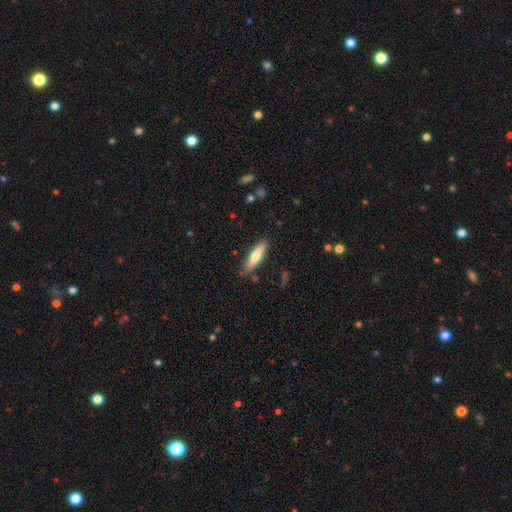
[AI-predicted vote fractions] This appears to be a smooth galaxy with no disk features (69%) that is cigar-shaped (68%). Merging: none (84%).